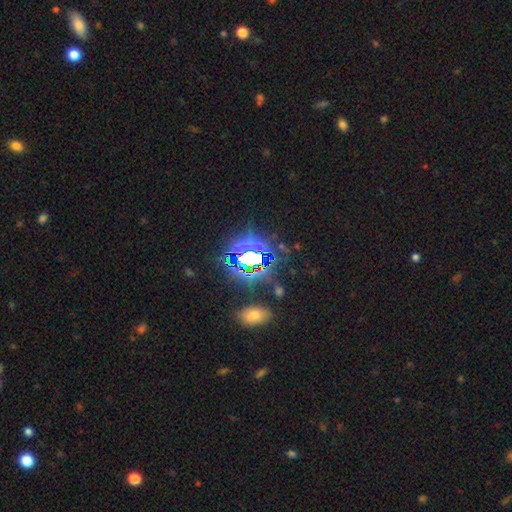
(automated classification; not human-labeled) Smooth or featured? star or artifact (74%)